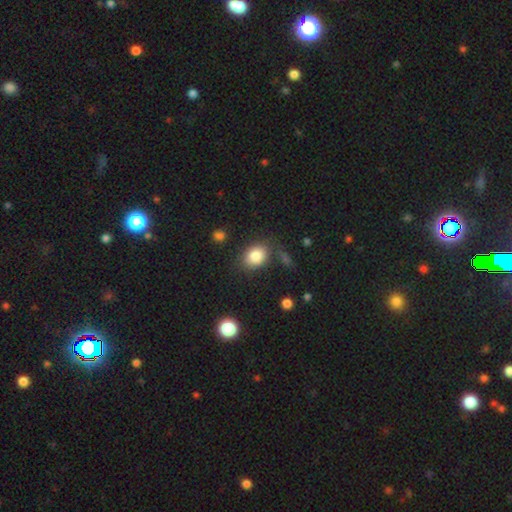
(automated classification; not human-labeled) The model was most divided on "how rounded": in between: 68%, round: 31%, cigar-shaped: 1%. More confident: smooth or featured — smooth (84%); merging — none (74%).